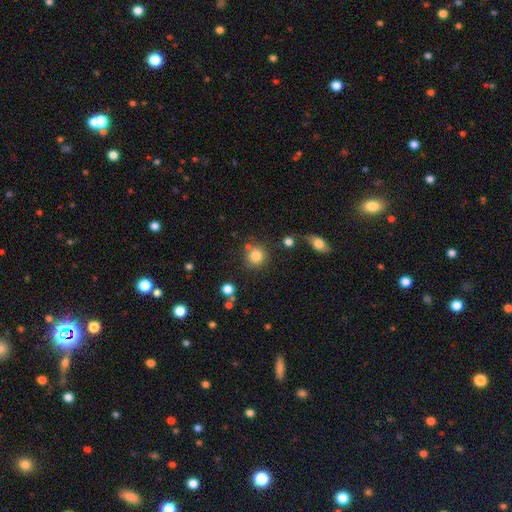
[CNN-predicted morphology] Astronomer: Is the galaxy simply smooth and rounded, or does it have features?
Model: smooth — 82%.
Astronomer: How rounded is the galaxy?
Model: round — 89%.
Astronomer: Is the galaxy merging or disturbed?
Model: none — 76%.